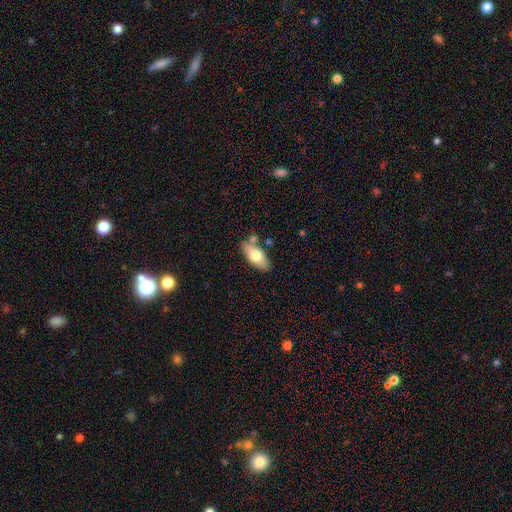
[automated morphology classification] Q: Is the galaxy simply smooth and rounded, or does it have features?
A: smooth — 71%.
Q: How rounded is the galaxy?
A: in between — 84%.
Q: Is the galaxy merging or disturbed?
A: none — 71%.